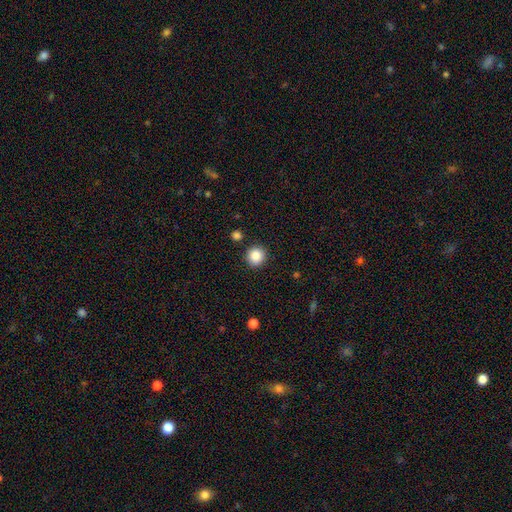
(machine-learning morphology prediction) A smooth galaxy with no disk features (87%) that is round (93%). Merging: none (90%).